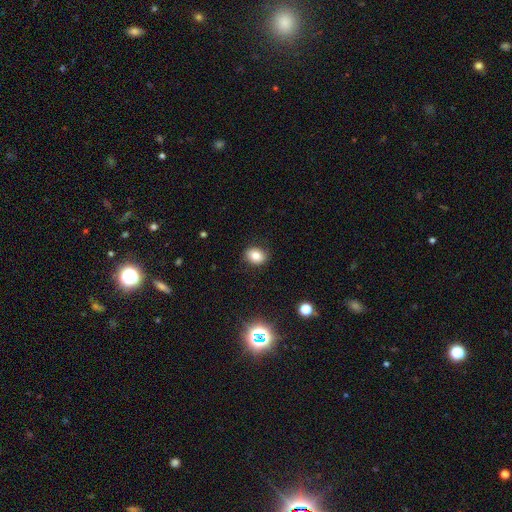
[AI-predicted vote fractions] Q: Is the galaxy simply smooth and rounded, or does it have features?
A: smooth — 79%.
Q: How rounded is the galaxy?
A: in between — 56%.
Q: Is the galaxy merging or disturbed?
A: none — 87%.